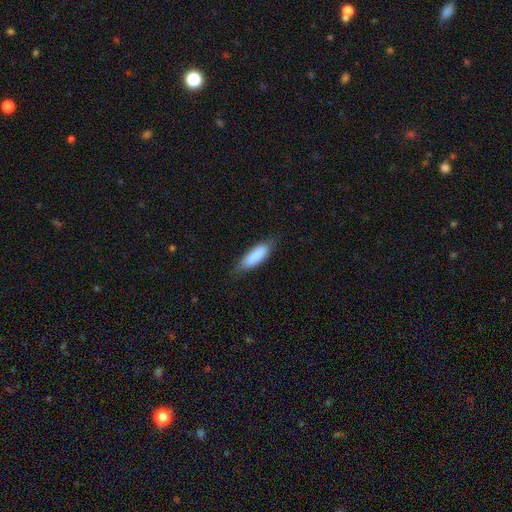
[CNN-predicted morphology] Smooth or featured? smooth (86%)
How rounded? in between (52%)
Merging? none (78%)